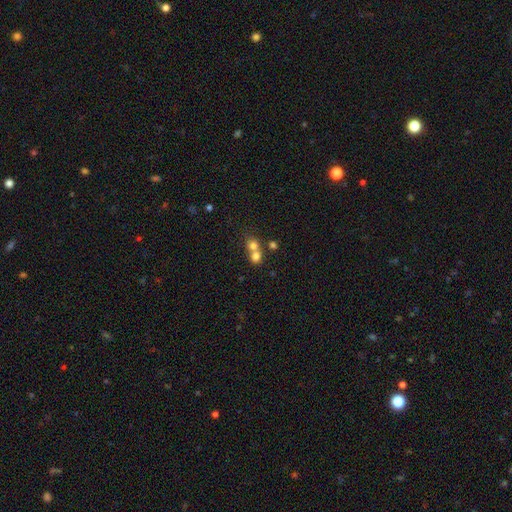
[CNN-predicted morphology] A smooth galaxy with no disk features (74%) that is round (80%). Merging: merger (61%).